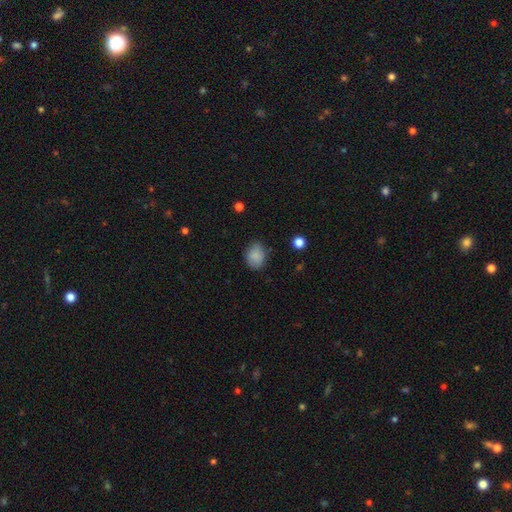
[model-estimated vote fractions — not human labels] Q: Smooth or featured?
A: smooth (86%); runner-up: star or artifact (8%)
Q: How rounded?
A: in between (65%); runner-up: round (34%)
Q: Merging?
A: none (80%); runner-up: minor disturbance (15%)